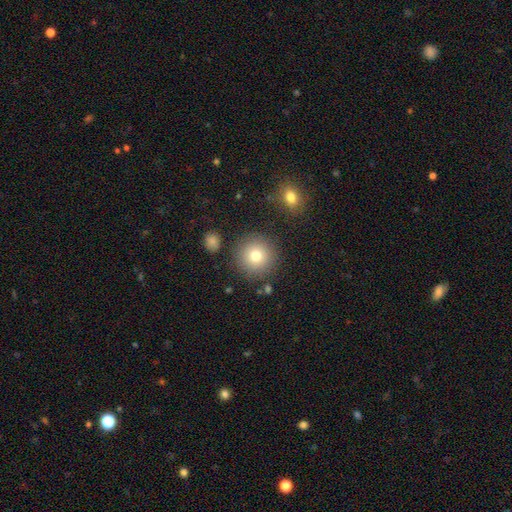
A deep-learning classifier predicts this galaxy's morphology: Smooth or featured? Predicted: smooth (p=0.78). How rounded? Predicted: round (p=0.95). Merging? Predicted: none (p=0.86).